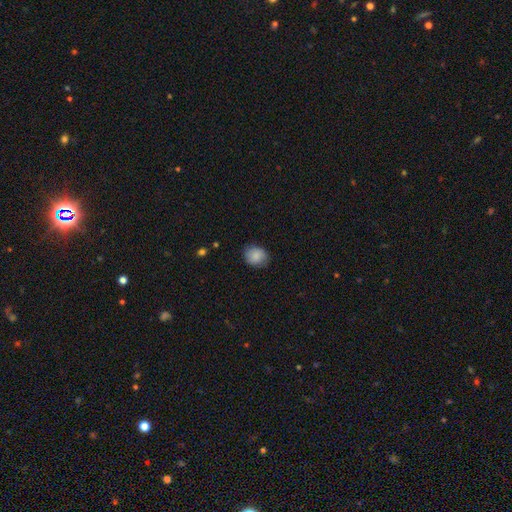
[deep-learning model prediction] Smooth or featured? Predicted: smooth (p=0.87). How rounded? Predicted: round (p=0.59). Merging? Predicted: none (p=0.81).